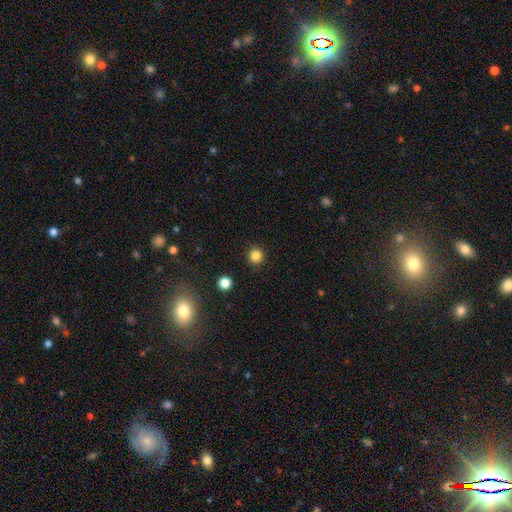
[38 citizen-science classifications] Morphology: type=smooth (89%); roundness=round (100%); merging=none (94%).